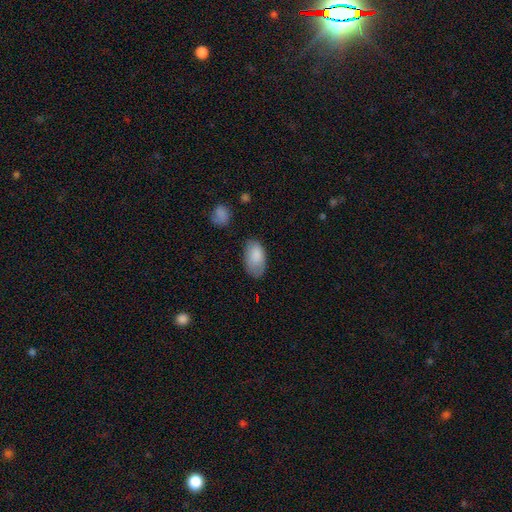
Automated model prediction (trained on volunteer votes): The model was most divided on "merging": none: 62%, minor disturbance: 28%, major disturbance: 7%, merger: 3%. More confident: how rounded — in between (95%); smooth or featured — smooth (84%).